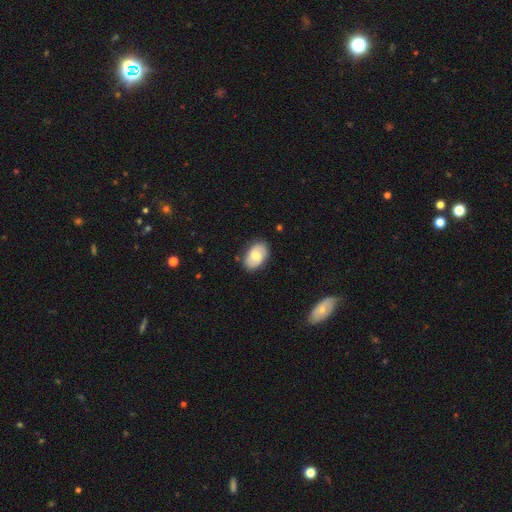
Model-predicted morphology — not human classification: Smooth or featured? Predicted: smooth (p=0.59). How rounded? Predicted: in between (p=0.90). Merging? Predicted: none (p=0.82).